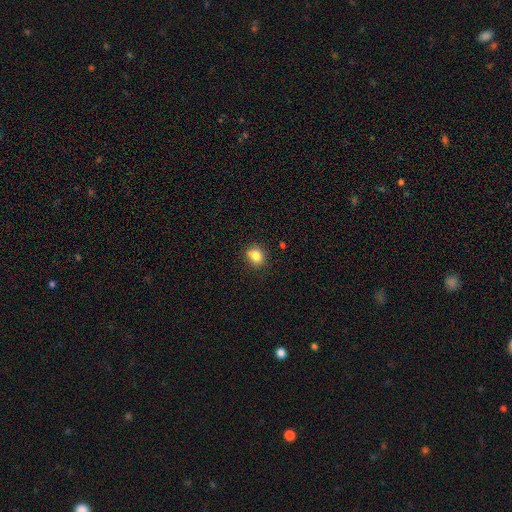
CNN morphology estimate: smooth 82%, star or artifact 11%, featured or disk 7%. Down the decision tree: how rounded — round (68%); merging — none (79%).